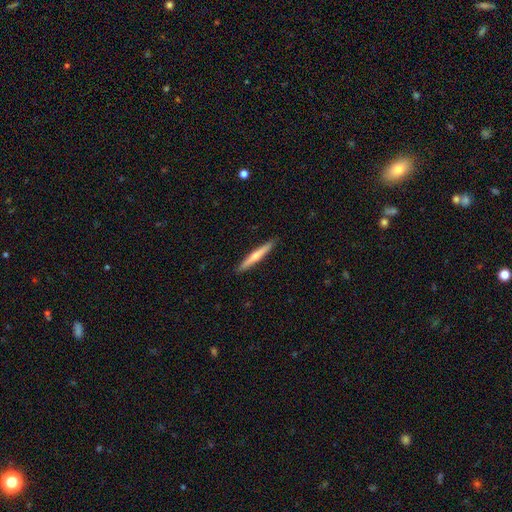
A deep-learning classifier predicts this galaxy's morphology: A smooth galaxy with no disk features (49%). Merging: none (91%).